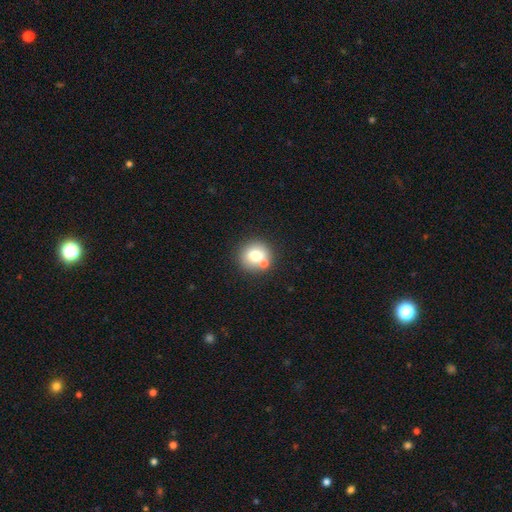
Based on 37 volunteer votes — smooth_or_featured: smooth (p=0.86) [alt: featured or disk p=0.11]
how_rounded: round (p=0.91) [alt: in between p=0.09]
merging: none (p=0.72) [alt: minor disturbance p=0.14]